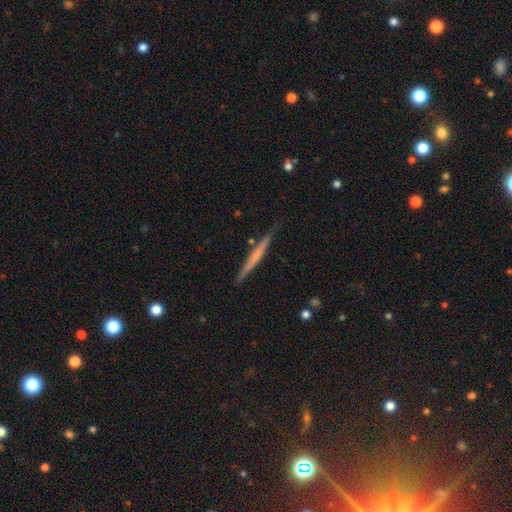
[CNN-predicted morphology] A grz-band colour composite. It shows a featured or disk galaxy (56%) viewed edge-on (97%) with no central bulge (65%). Merging: none (87%).